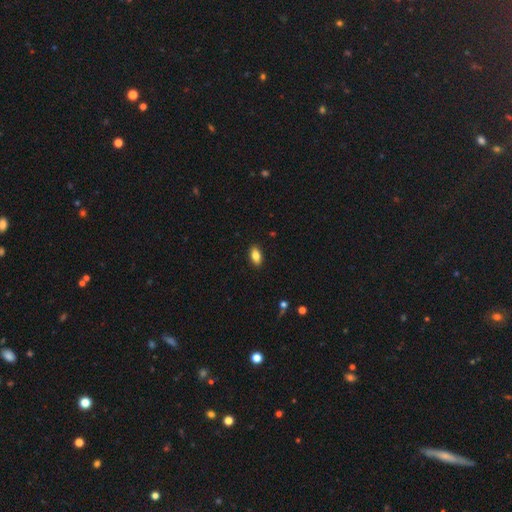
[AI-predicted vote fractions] A smooth galaxy with no disk features (84%) that is in between round and cigar-shaped (91%).

Vote fractions:
- Smooth or featured? smooth: 84% / star or artifact: 8% / featured or disk: 8%
- How rounded? in between: 91% / round: 6% / cigar-shaped: 4%
- Merging? none: 89% / minor disturbance: 8% / major disturbance: 2% / merger: 1%